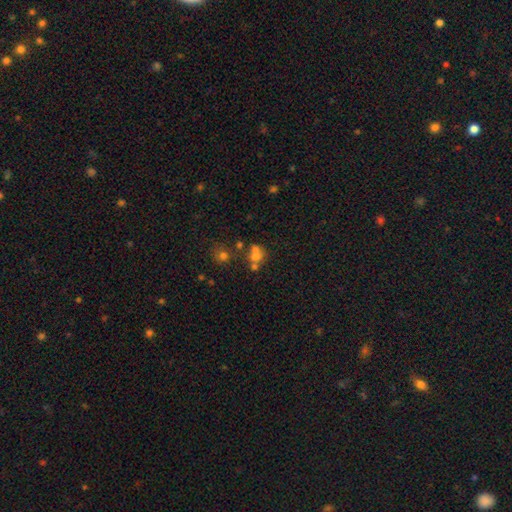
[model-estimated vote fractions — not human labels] Smooth or featured: smooth — 63% (featured or disk — 20%)
How rounded: round — 73% (in between — 26%)
Merging: merger — 46% (none — 39%)